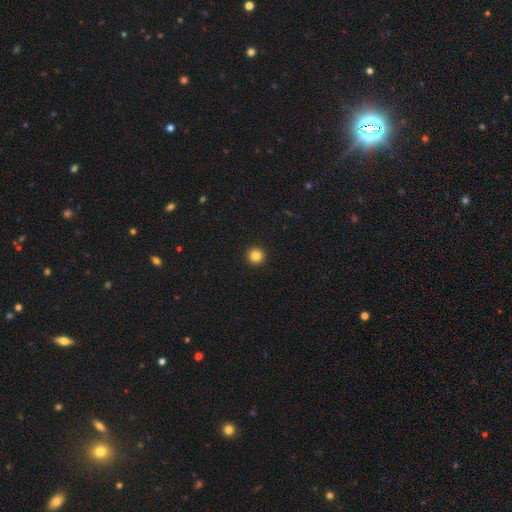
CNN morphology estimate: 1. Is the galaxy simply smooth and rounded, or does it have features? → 84% smooth, 11% star or artifact, 4% featured or disk.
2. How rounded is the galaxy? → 96% round, 3% in between, 1% cigar-shaped.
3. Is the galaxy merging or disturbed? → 94% none, 3% minor disturbance, 1% major disturbance, 1% merger.